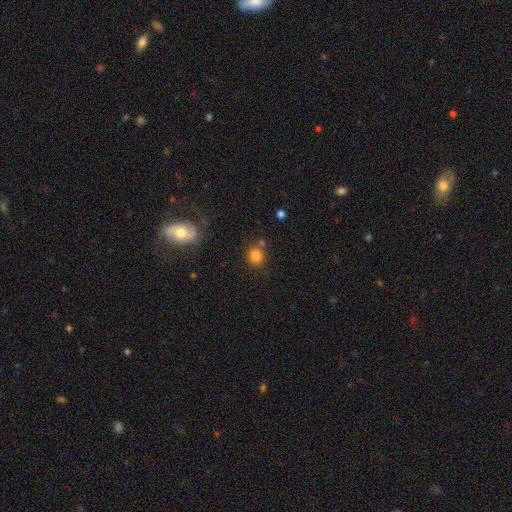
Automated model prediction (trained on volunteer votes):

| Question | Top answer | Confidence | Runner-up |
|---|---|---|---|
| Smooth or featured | smooth | 80% | star or artifact (13%) |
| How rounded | round | 81% | in between (18%) |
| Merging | none | 66% | merger (18%) |